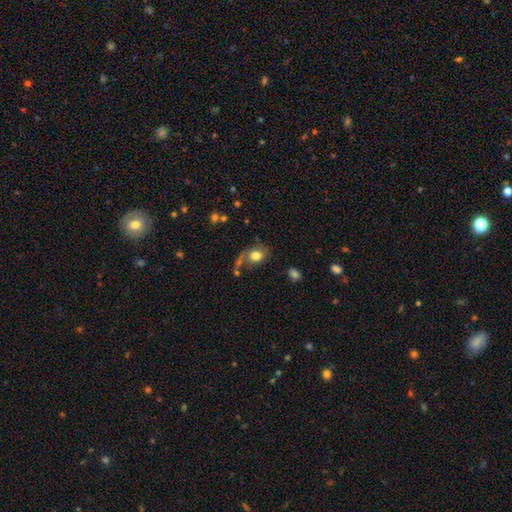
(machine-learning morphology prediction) type=smooth (76%); roundness=in between (54%); merging=none (51%).